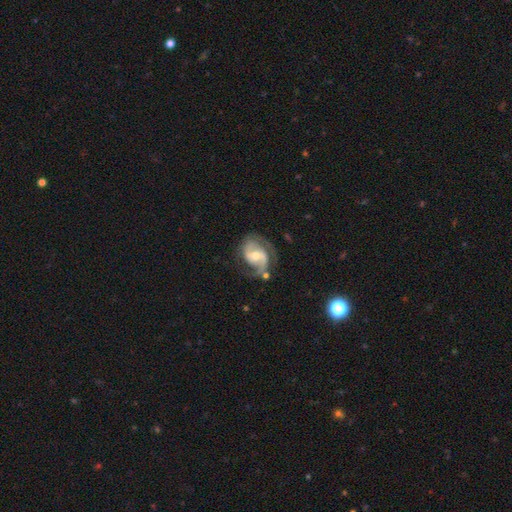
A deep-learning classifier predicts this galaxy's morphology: featured or disk 88%, smooth 7%, star or artifact 5%. Down the decision tree: edge-on disk — no (98%); bar — weak (44%); spiral arms — yes (97%); spiral arm count — 2 (83%); spiral winding — medium (53%); bulge size — moderate (59%); merging — none (64%).